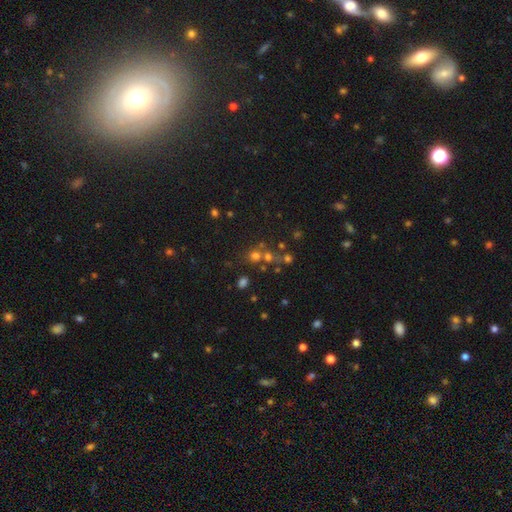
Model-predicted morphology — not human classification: Smooth or featured? Predicted: smooth (p=0.56). How rounded? Predicted: round (p=0.83). Merging? Predicted: none (p=0.54).